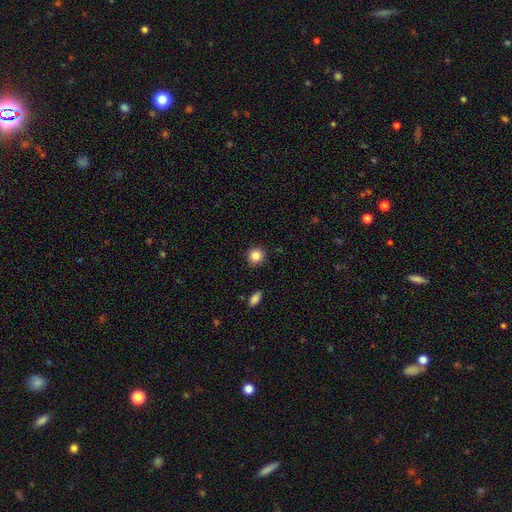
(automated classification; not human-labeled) This is clearly a smooth galaxy (85%). How rounded: clearly round (90%). Merging: clearly none (90%).